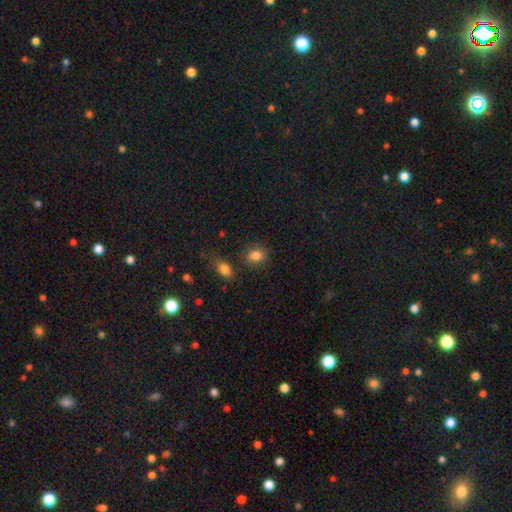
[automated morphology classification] Smooth or featured? smooth (85%)
How rounded? in between (54%)
Merging? none (77%)